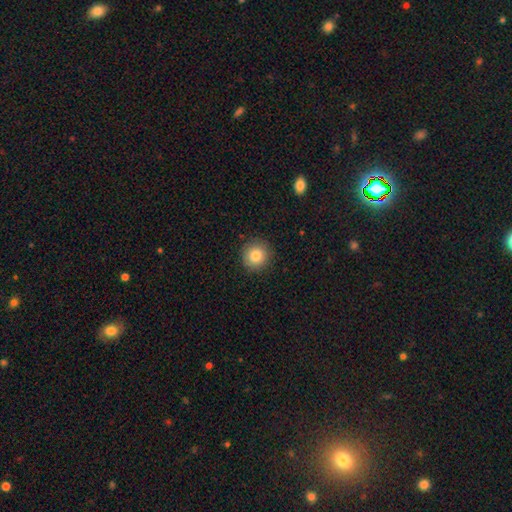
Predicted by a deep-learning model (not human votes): smooth 83%, star or artifact 10%, featured or disk 7%. Down the decision tree: how rounded — round (93%); merging — none (90%).